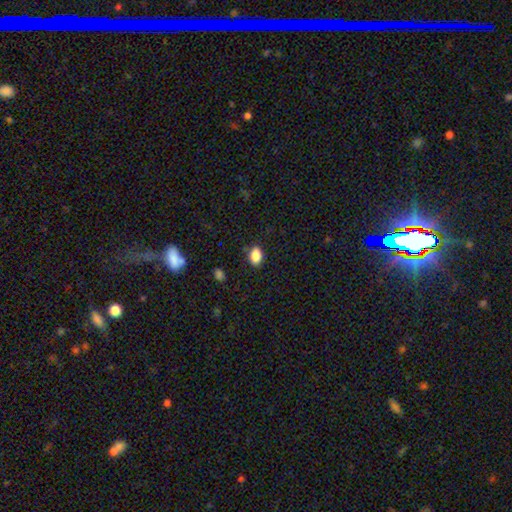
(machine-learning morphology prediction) The model was most divided on "how rounded": in between: 82%, round: 17%, cigar-shaped: 1%. More confident: smooth or featured — smooth (87%); merging — none (85%).